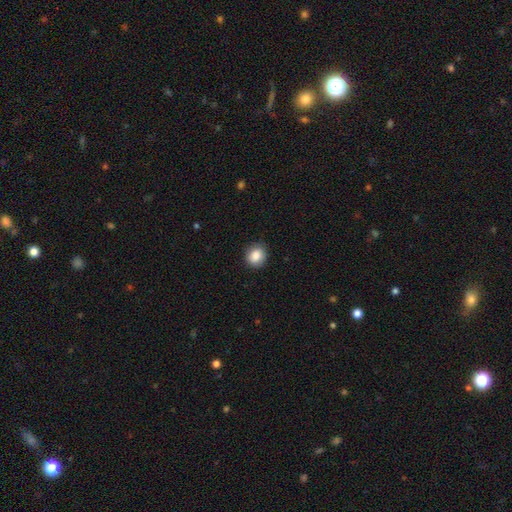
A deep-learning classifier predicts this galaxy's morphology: A smooth galaxy with no disk features (86%) that is round (79%).

Vote fractions:
- Smooth or featured? smooth: 86% / star or artifact: 8% / featured or disk: 5%
- How rounded? round: 79% / in between: 20% / cigar-shaped: 1%
- Merging? none: 86% / minor disturbance: 11% / major disturbance: 2% / merger: 1%